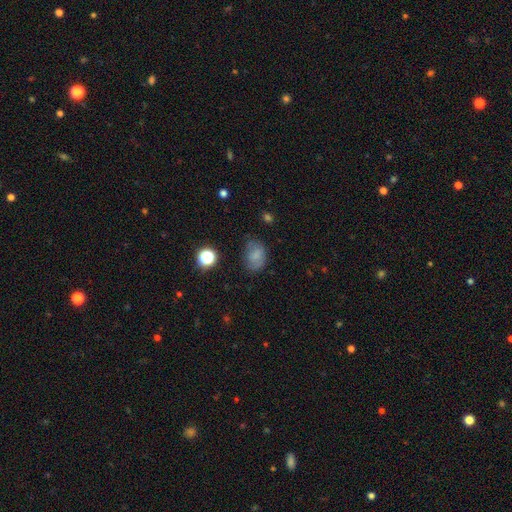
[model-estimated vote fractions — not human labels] smooth-or-featured: smooth: 74% | star or artifact: 13% | featured or disk: 13%
  how-rounded: in between: 75% | round: 24% | cigar-shaped: 1%
  merging: none: 62% | minor disturbance: 26% | major disturbance: 10% | merger: 3%